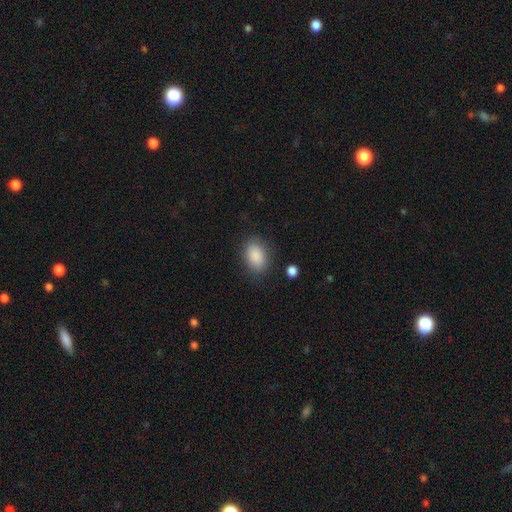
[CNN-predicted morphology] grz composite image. It shows a smooth galaxy with no disk features (88%) that is in between round and cigar-shaped (84%). Merging: none (83%).